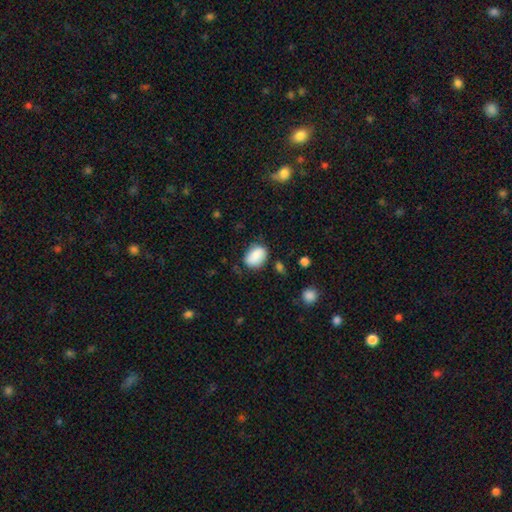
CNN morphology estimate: Overall: smooth (84%). How rounded: in between (76%). Merging: none (66%).